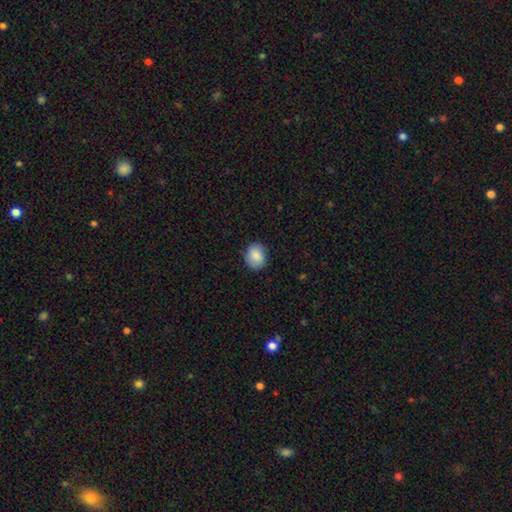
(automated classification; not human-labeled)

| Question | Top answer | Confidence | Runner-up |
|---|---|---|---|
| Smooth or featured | smooth | 88% | star or artifact (7%) |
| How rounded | round | 51% | in between (48%) |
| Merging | none | 84% | minor disturbance (12%) |